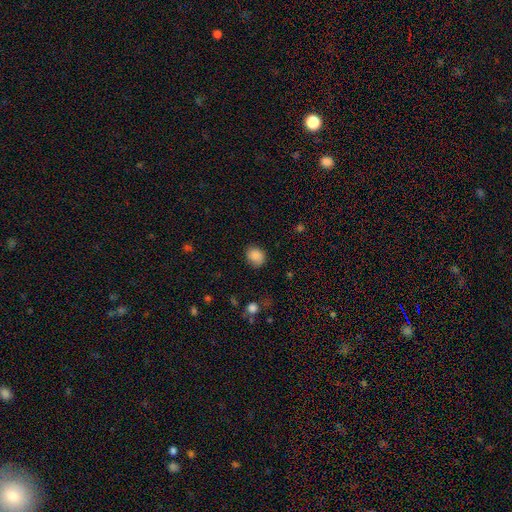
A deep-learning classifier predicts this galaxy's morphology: type=smooth (87%); roundness=round (64%); merging=none (78%).